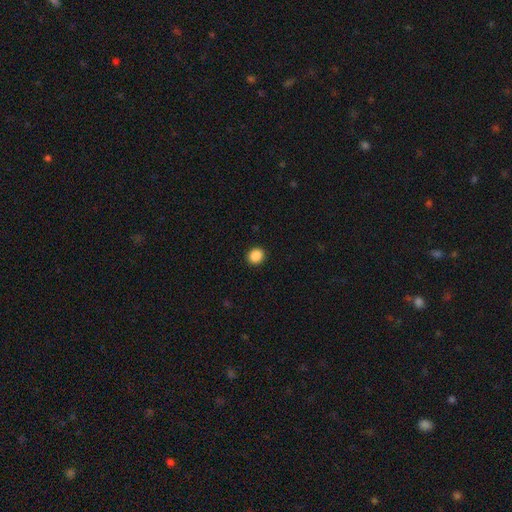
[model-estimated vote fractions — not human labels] smooth 88%, star or artifact 9%, featured or disk 3%. Down the decision tree: how rounded — round (76%); merging — none (92%).